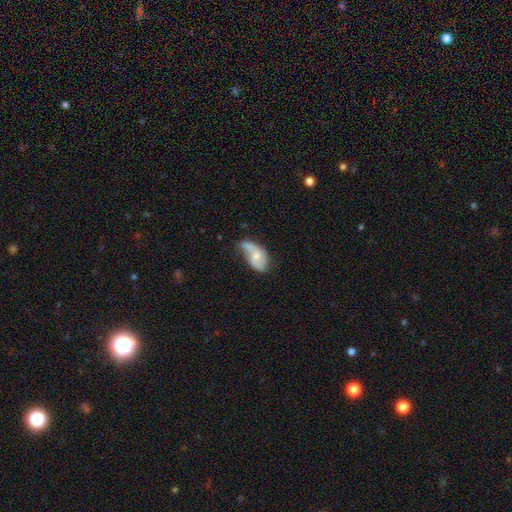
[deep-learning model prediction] The model was most divided on "merging": minor disturbance: 36%, none: 35%, major disturbance: 21%, merger: 7%. Remaining: edge-on disk — no (95%); spiral arms — yes (84%); bar — no (63%); smooth or featured — featured or disk (59%); bulge size — small (45%).